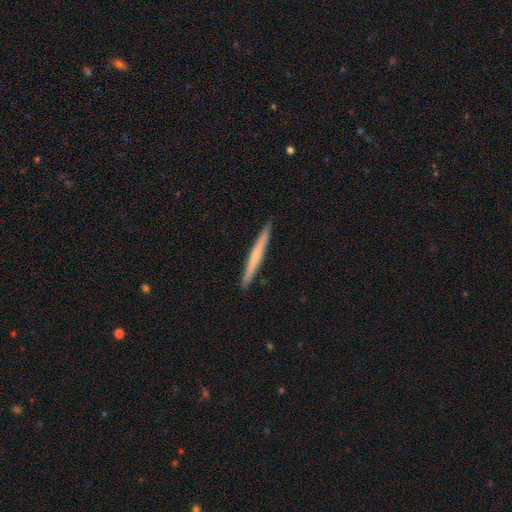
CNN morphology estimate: Smooth or featured? smooth (54%)
How rounded? cigar-shaped (97%)
Merging? none (92%)